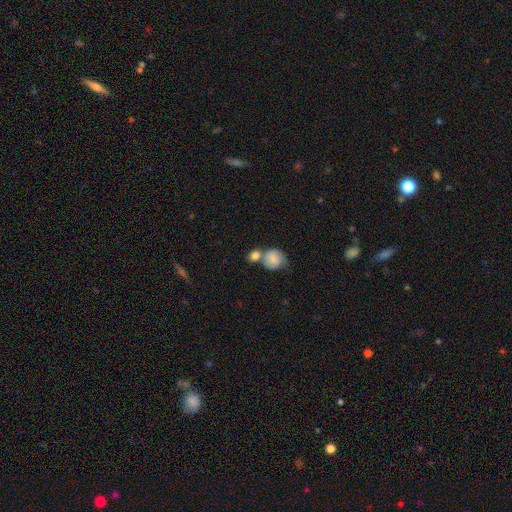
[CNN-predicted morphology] This is likely a smooth galaxy (76%). How rounded: likely round (71%). Merging: possibly merger (48%).